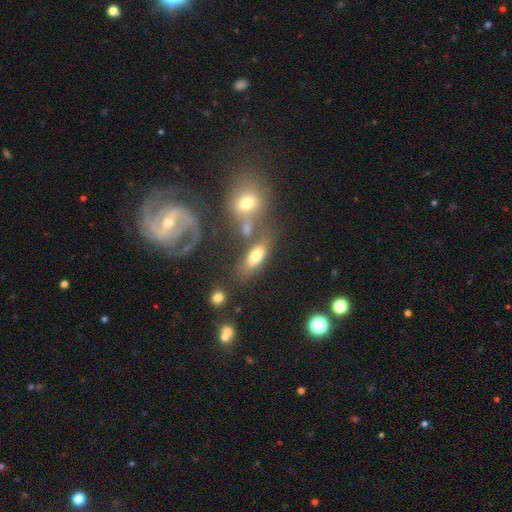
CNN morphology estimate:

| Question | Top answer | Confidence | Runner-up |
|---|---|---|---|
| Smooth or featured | smooth | 68% | featured or disk (22%) |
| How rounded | in between | 77% | cigar-shaped (15%) |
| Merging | none | 56% | merger (22%) |